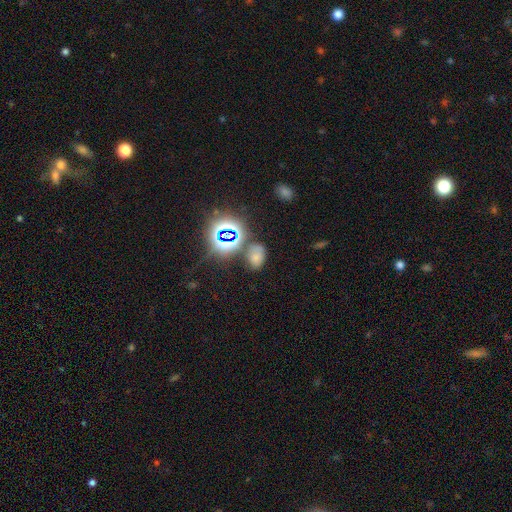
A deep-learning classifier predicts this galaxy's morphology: A smooth galaxy with no disk features (53%) that is in between round and cigar-shaped (81%). Merging: none (66%).